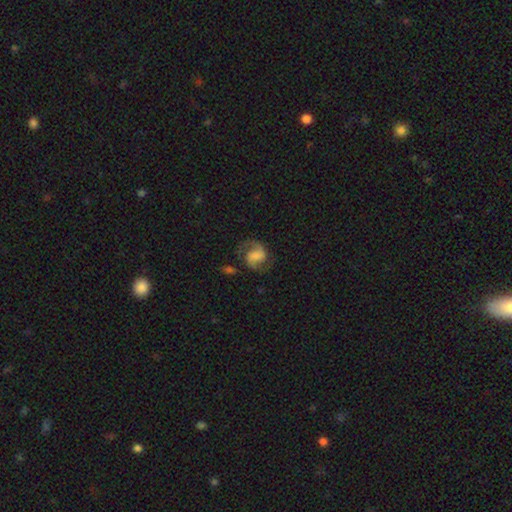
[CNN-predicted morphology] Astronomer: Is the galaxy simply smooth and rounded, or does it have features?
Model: featured or disk — 74%.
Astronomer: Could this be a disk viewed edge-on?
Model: no — 98%.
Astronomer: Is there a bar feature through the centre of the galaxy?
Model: weak — 44% (runner-up: no, 31%).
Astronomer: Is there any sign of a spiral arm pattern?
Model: yes — 94%.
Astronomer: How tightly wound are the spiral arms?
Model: medium — 52% (runner-up: loose, 31%).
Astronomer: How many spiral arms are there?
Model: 2 — 89%.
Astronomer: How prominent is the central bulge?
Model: none — 42% (runner-up: small, 19%).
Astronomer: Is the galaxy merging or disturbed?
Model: none — 66%.